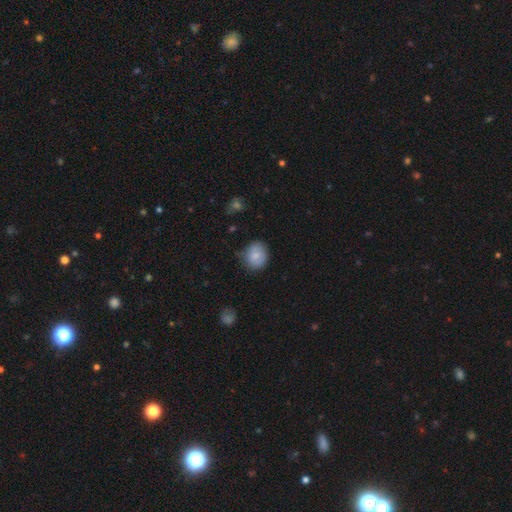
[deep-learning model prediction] smooth-or-featured: smooth: 73% | featured or disk: 19% | star or artifact: 8%
  how-rounded: round: 64% | in between: 35% | cigar-shaped: 1%
  merging: none: 68% | minor disturbance: 25% | major disturbance: 5% | merger: 2%